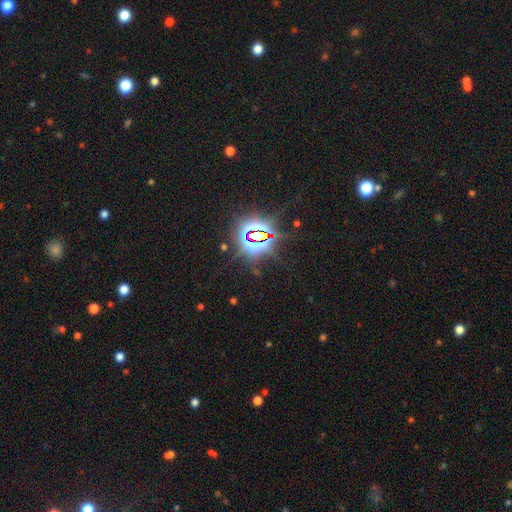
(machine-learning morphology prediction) Smooth or featured: star or artifact — 85% (smooth — 9%)